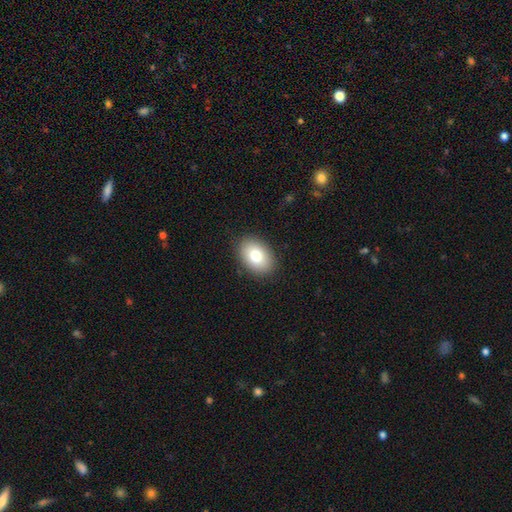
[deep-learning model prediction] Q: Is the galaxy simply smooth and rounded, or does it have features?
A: smooth — 80%.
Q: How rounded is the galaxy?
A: in between — 82%.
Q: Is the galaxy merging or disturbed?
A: none — 88%.